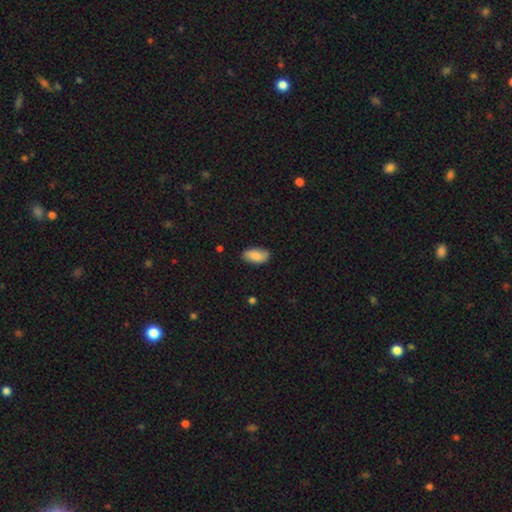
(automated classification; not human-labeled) A smooth galaxy with no disk features (86%) that is in between round and cigar-shaped (94%). Merging: none (83%).